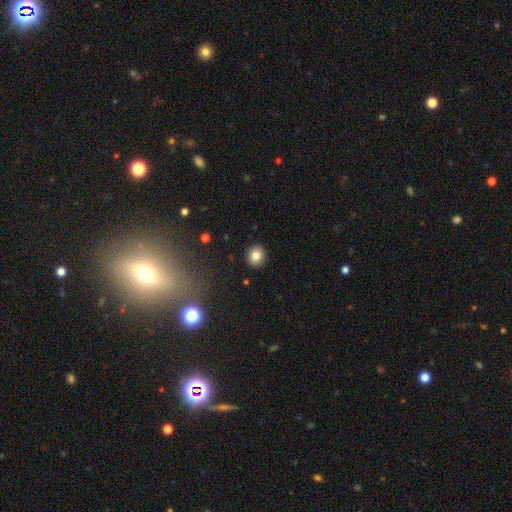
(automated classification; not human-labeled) Q: Smooth or featured?
A: smooth (83%); runner-up: star or artifact (10%)
Q: How rounded?
A: round (85%); runner-up: in between (14%)
Q: Merging?
A: none (91%); runner-up: minor disturbance (6%)